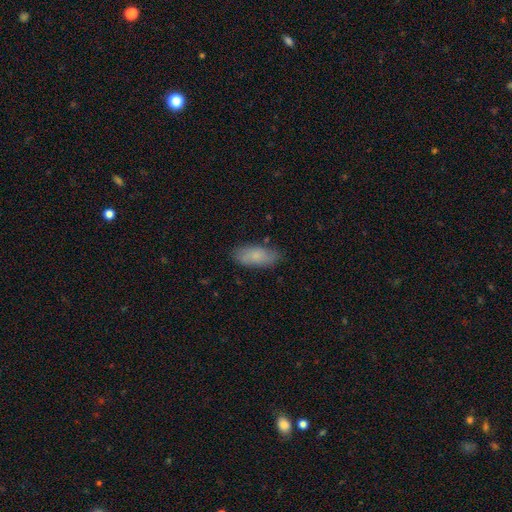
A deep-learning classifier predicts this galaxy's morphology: type=smooth (79%); roundness=in between (83%); merging=none (80%).